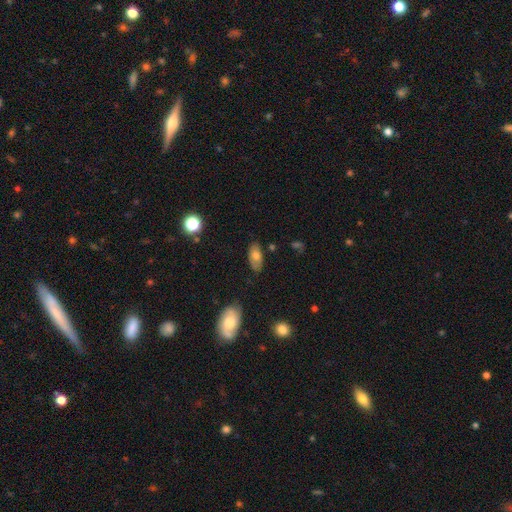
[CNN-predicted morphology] A smooth galaxy with no disk features (68%) that is in between round and cigar-shaped (90%). Merging: none (77%).